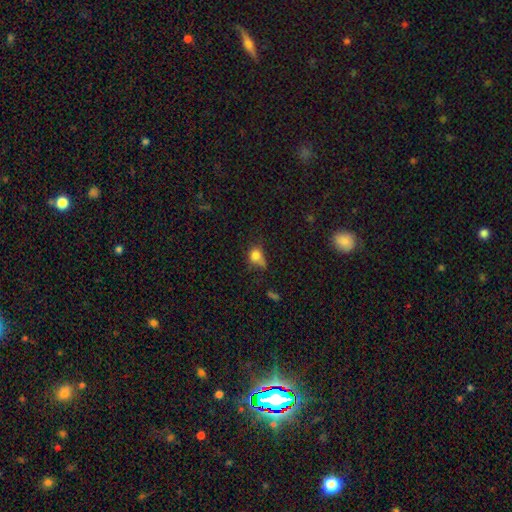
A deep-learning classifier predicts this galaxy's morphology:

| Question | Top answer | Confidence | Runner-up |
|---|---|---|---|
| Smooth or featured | smooth | 75% | star or artifact (13%) |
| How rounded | round | 60% | in between (37%) |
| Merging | none | 38% | minor disturbance (32%) |